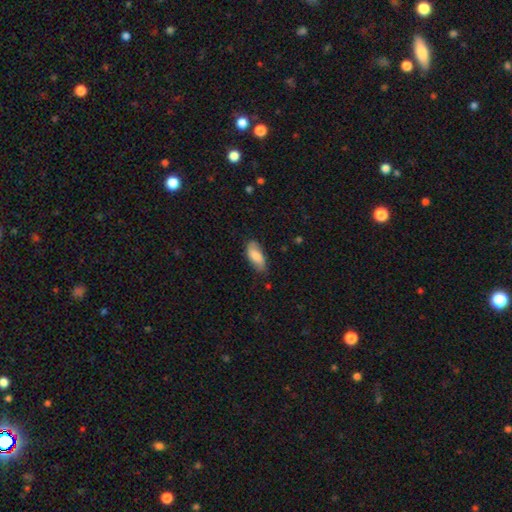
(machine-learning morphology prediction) Q: Smooth or featured?
A: smooth (78%); runner-up: featured or disk (16%)
Q: How rounded?
A: in between (84%); runner-up: cigar-shaped (14%)
Q: Merging?
A: none (71%); runner-up: minor disturbance (24%)